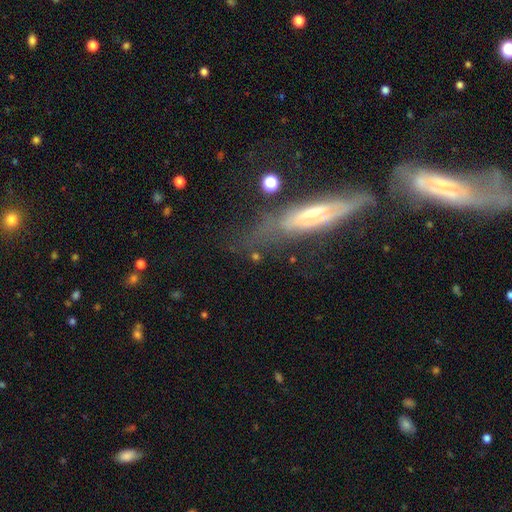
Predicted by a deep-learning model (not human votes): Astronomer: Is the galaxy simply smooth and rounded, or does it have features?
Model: smooth — 41% (runner-up: featured or disk, 40%).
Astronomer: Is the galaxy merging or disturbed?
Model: none — 53%.